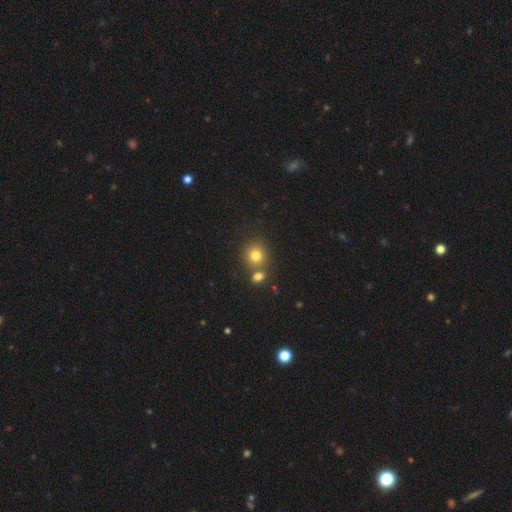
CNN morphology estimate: This appears to be a smooth galaxy with no disk features (78%) that is round (84%). Merging: none (61%).